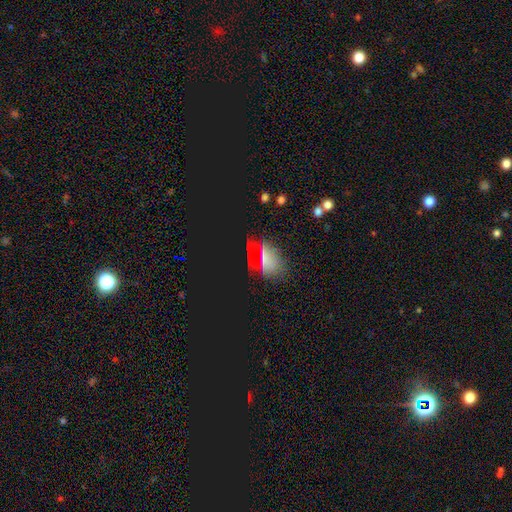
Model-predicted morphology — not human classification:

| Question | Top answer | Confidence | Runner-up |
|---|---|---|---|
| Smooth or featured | star or artifact | 51% | smooth (34%) |